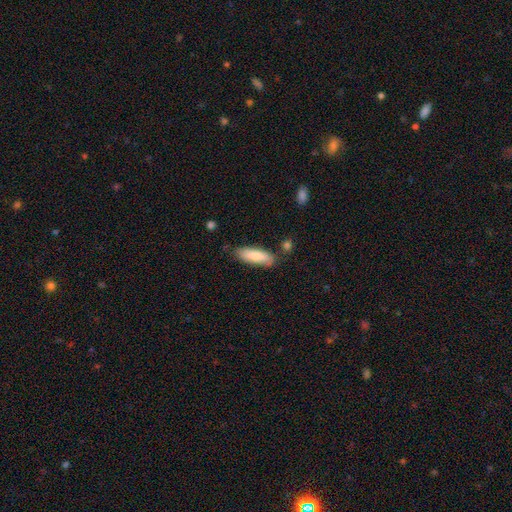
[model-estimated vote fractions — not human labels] Smooth or featured?
  - smooth: 78% *
  - featured or disk: 16%
  - star or artifact: 6%
How rounded?
  - in between: 54% *
  - cigar-shaped: 45%
  - round: 2%
Merging?
  - none: 75% *
  - minor disturbance: 17%
  - merger: 4%
  - major disturbance: 3%